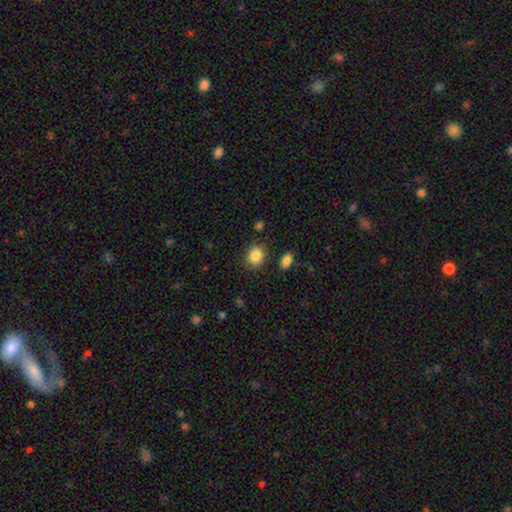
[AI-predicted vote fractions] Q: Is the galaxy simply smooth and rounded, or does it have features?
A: smooth — 86%.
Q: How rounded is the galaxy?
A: round — 70%.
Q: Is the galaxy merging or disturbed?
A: none — 84%.